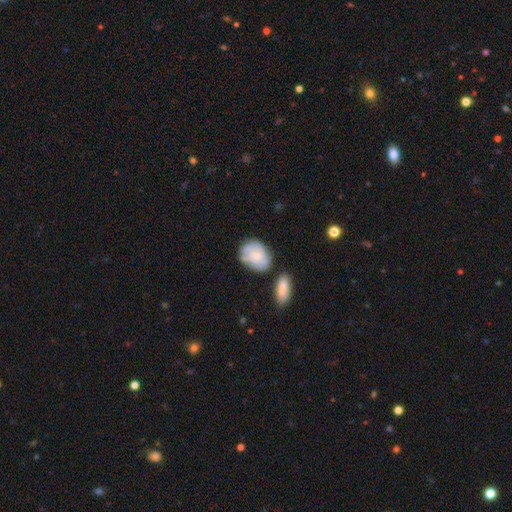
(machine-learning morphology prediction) Overall: smooth (48%; featured or disk 45%). Merging: none (58%; minor disturbance 23%).